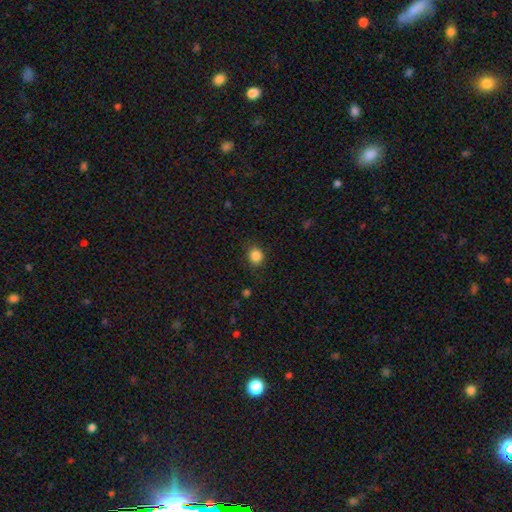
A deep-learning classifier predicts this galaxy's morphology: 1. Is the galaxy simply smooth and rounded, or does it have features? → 86% smooth, 11% star or artifact, 3% featured or disk.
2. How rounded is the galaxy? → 80% round, 19% in between, 1% cigar-shaped.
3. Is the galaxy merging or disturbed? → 86% none, 10% minor disturbance, 3% major disturbance, 1% merger.